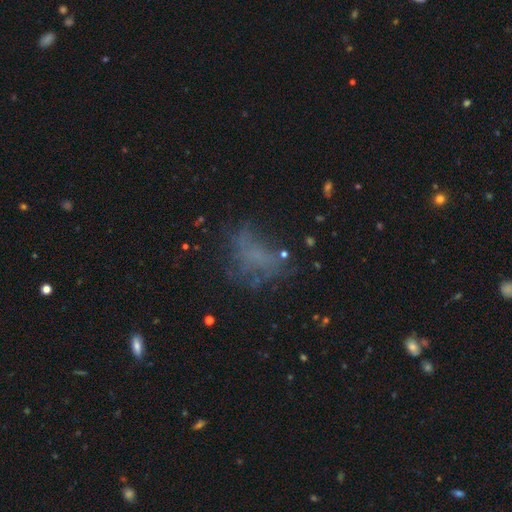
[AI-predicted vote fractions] A featured or disk galaxy (37%, tied with smooth).

Vote fractions:
- Smooth or featured? featured or disk: 37% (tied) / smooth: 37% (tied) / star or artifact: 25%
- Merging? none: 45% / major disturbance: 30% / minor disturbance: 20% / merger: 4%